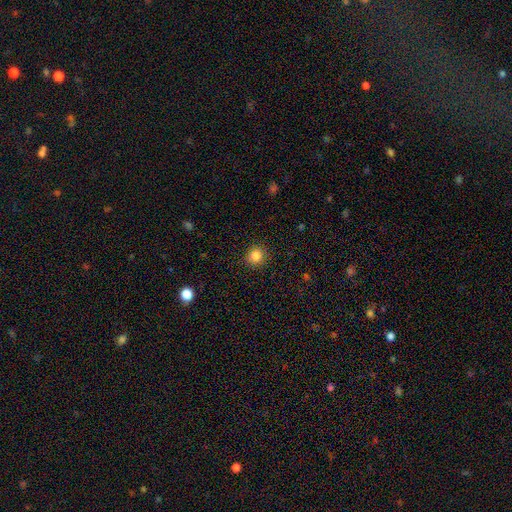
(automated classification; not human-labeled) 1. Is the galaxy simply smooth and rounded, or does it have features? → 85% smooth, 11% star or artifact, 4% featured or disk.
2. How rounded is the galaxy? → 90% round, 9% in between, 1% cigar-shaped.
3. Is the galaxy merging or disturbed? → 90% none, 7% minor disturbance, 2% major disturbance, 1% merger.